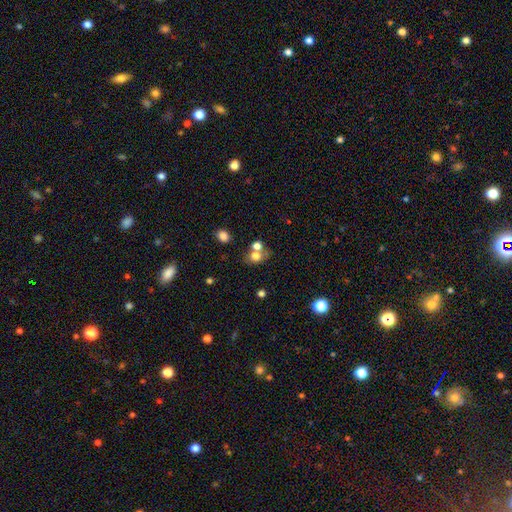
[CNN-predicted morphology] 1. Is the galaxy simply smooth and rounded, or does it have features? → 72% smooth, 15% featured or disk, 13% star or artifact.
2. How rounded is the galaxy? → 52% round, 46% in between, 1% cigar-shaped.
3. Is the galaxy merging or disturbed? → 44% none, 39% merger, 11% minor disturbance, 5% major disturbance.